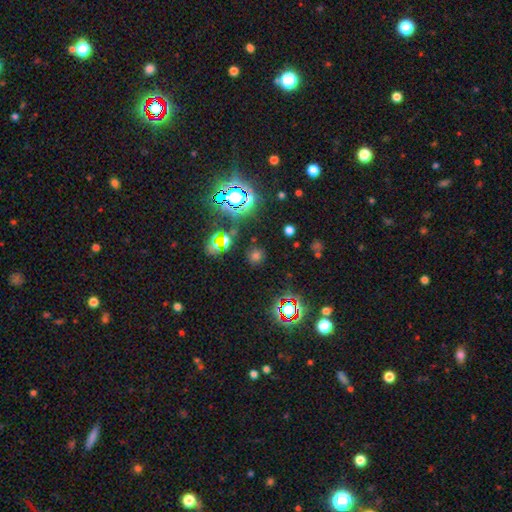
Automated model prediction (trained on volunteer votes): smooth-or-featured: smooth: 50% | star or artifact: 43% | featured or disk: 7%
  merging: none: 83% | minor disturbance: 8% | merger: 5% | major disturbance: 4%